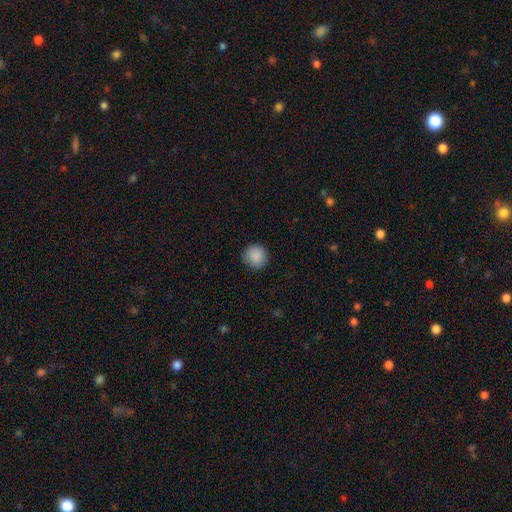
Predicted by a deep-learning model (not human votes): This appears to be a smooth galaxy with no disk features (89%) that is round (94%). Merging: none (89%).